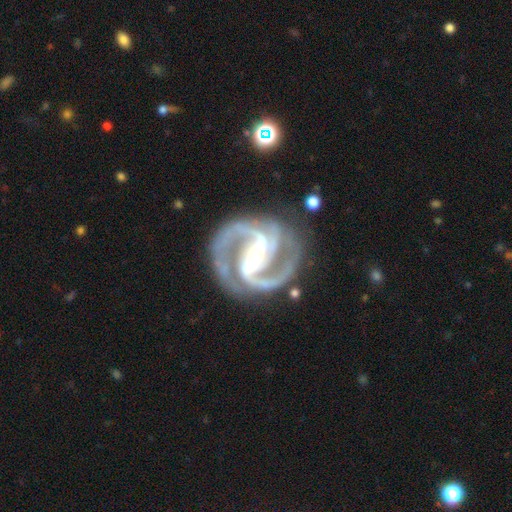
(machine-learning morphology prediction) smooth-or-featured: featured or disk: 95% | star or artifact: 4% | smooth: 2%
  disk-edge-on: no: 98% | yes: 2%
    bar: strong: 64% | weak: 26% | no: 11%
    has-spiral-arms: yes: 99% | no: 1%
      spiral-winding: medium: 56% | tight: 38% | loose: 6%
      spiral-arm-count: 2: 57% | 3: 31% | 4: 4% | can't tell: 3% | 1: 3% | more than 4: 3%
    bulge-size: small: 55% | moderate: 41% | large: 2% | none: 1% | dominant: 1%
  merging: none: 78% | minor disturbance: 13% | major disturbance: 7% | merger: 2%